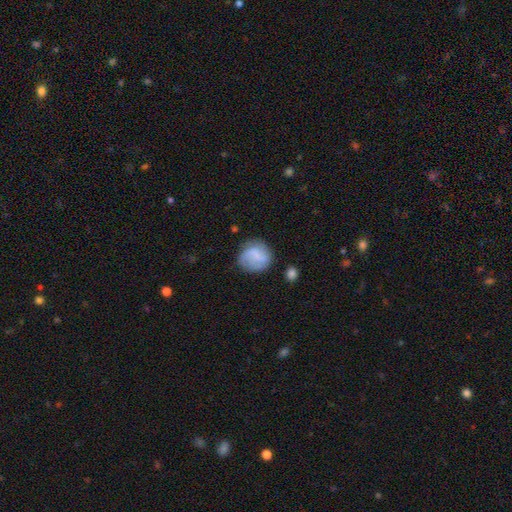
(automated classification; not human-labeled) Q: Smooth or featured?
A: smooth (59%); runner-up: featured or disk (34%)
Q: How rounded?
A: round (83%); runner-up: in between (16%)
Q: Merging?
A: none (65%); runner-up: minor disturbance (22%)